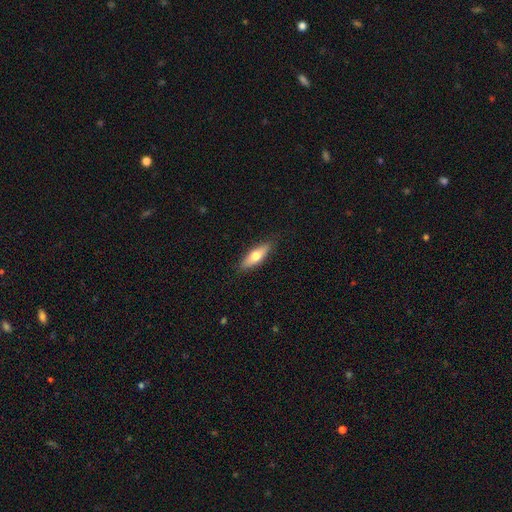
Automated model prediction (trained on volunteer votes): The model was most divided on "how rounded": in between: 51%, cigar-shaped: 46%, round: 3%. More confident: merging — none (86%); smooth or featured — smooth (61%).